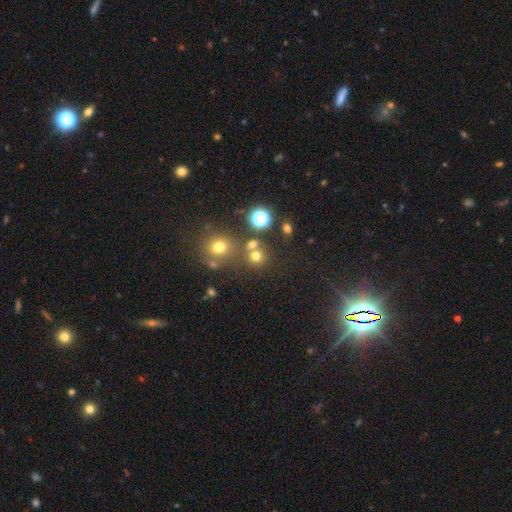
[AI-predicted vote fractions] A smooth galaxy with no disk features (68%) that is round (89%). Merging: none (69%).